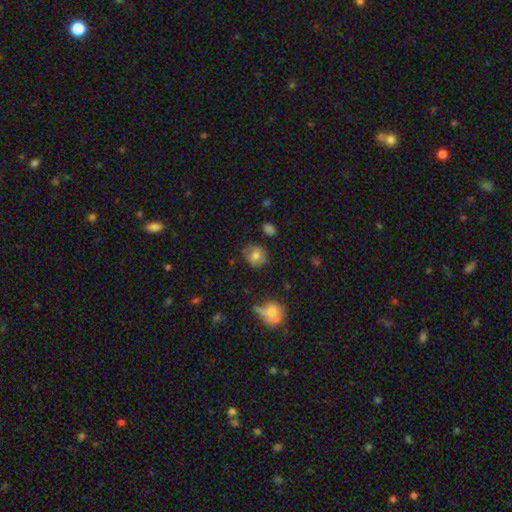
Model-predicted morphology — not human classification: Smooth or featured? smooth (68%)
How rounded? round (76%)
Merging? none (71%)